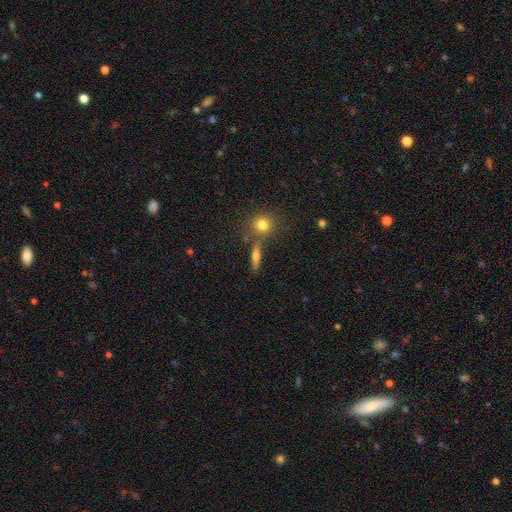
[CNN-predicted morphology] Q: Smooth or featured?
A: smooth (59%); runner-up: featured or disk (30%)
Q: How rounded?
A: cigar-shaped (58%); runner-up: in between (30%)
Q: Merging?
A: none (73%); runner-up: merger (12%)